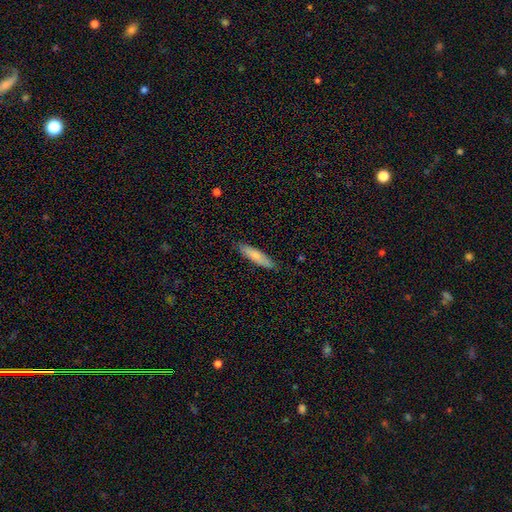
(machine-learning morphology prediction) Smooth or featured? smooth (78%)
How rounded? cigar-shaped (79%)
Merging? none (86%)